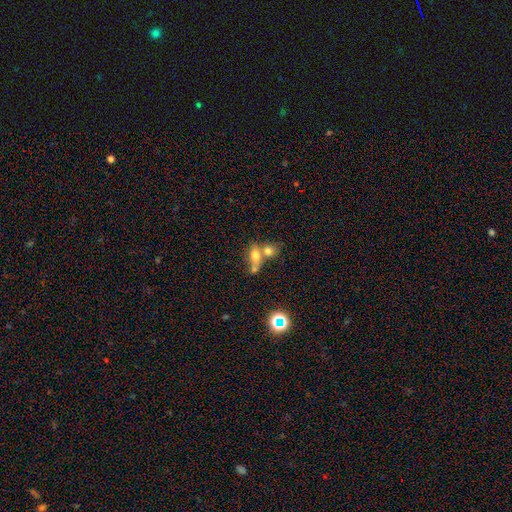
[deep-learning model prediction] Smooth or featured: smooth — 68% (featured or disk — 18%)
How rounded: in between — 62% (round — 33%)
Merging: merger — 59% (none — 27%)